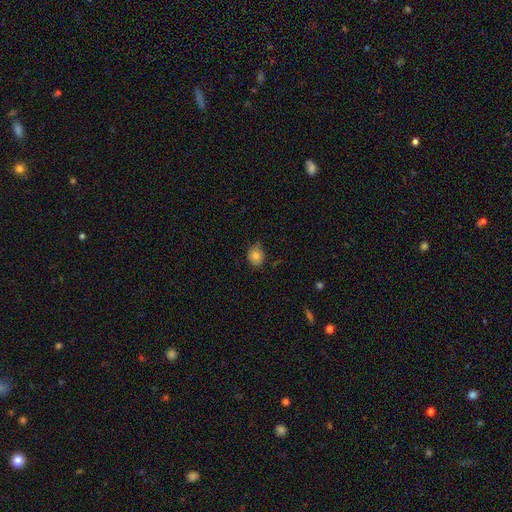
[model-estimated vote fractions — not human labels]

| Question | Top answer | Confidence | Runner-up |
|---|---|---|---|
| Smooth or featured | smooth | 80% | featured or disk (10%) |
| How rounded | round | 64% | in between (35%) |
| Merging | none | 71% | minor disturbance (24%) |